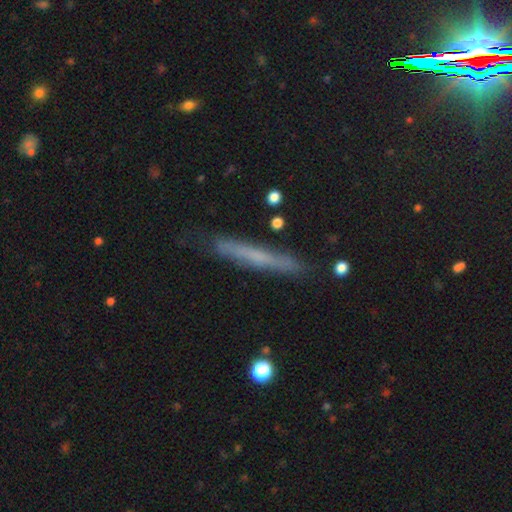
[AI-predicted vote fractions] smooth_or_featured: smooth (p=0.48) [alt: featured or disk p=0.43]
merging: none (p=0.82) [alt: minor disturbance p=0.14]